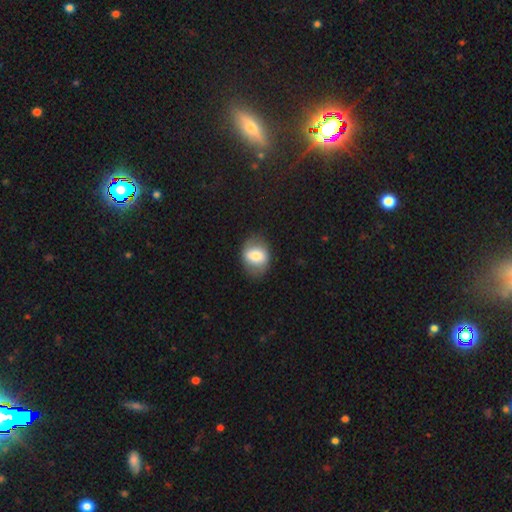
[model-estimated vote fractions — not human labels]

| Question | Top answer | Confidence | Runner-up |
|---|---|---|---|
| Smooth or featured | smooth | 69% | featured or disk (24%) |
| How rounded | in between | 57% | round (42%) |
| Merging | none | 78% | minor disturbance (15%) |